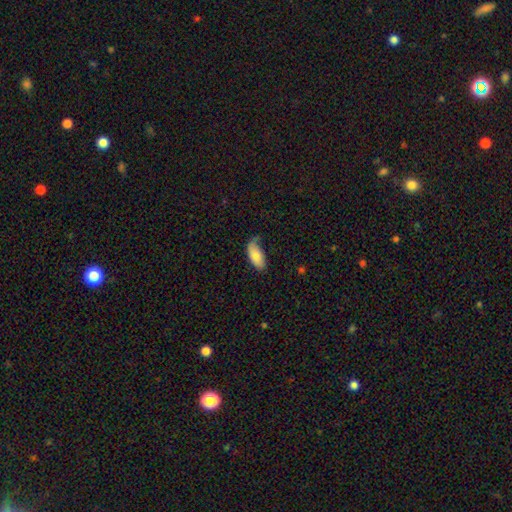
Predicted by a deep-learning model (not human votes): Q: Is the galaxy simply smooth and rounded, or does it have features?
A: smooth — 79%.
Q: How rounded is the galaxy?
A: in between — 91%.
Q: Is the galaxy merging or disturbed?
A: none — 46%.